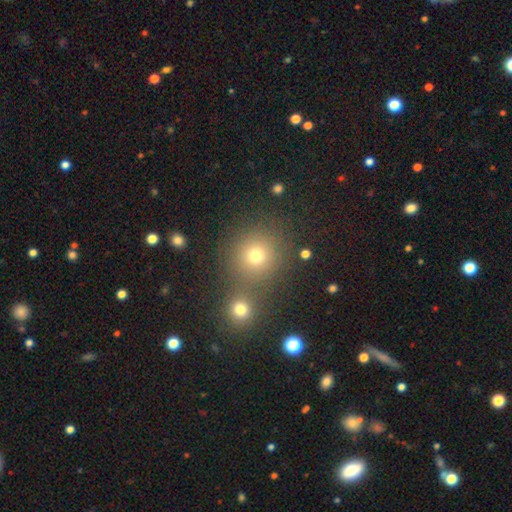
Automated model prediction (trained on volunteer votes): Morphology: type=smooth (72%); roundness=round (90%); merging=none (67%).